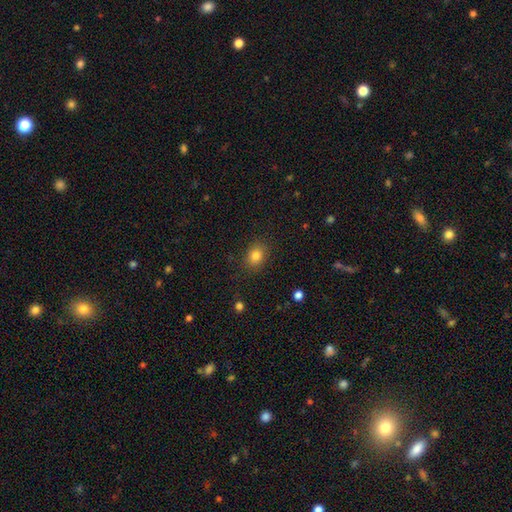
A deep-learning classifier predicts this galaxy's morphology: type=smooth (82%); roundness=round (50%); merging=none (85%).